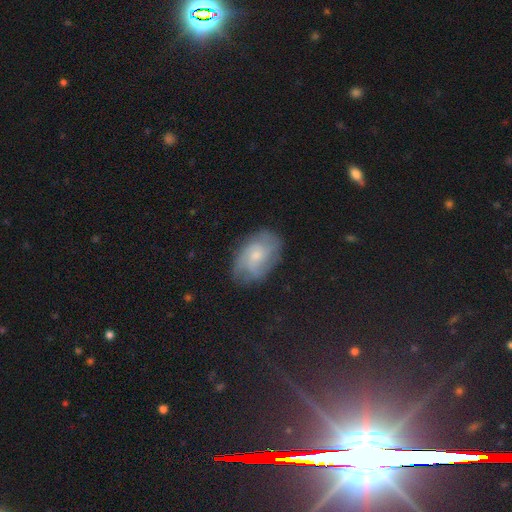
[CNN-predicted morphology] Q: Smooth or featured?
A: featured or disk (59%); runner-up: smooth (31%)
Q: Edge-on disk?
A: no (96%); runner-up: yes (4%)
Q: Bar?
A: no (71%); runner-up: weak (26%)
Q: Spiral arms?
A: yes (87%); runner-up: no (13%)
Q: Bulge size?
A: small (53%); runner-up: moderate (39%)
Q: Merging?
A: none (74%); runner-up: minor disturbance (19%)